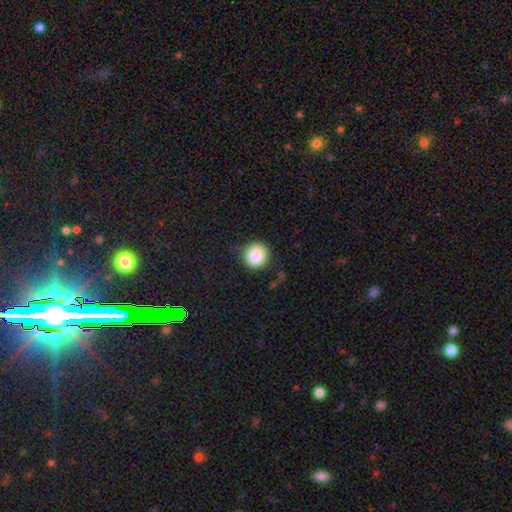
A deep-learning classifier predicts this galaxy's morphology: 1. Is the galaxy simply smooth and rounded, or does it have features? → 87% smooth, 9% star or artifact, 4% featured or disk.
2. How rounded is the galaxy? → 92% round, 7% in between, 1% cigar-shaped.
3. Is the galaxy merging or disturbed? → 80% none, 14% minor disturbance, 4% major disturbance, 2% merger.